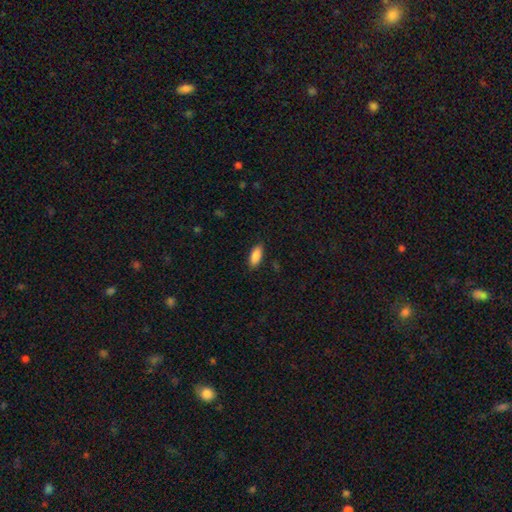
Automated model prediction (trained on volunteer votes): Overall: smooth (88%). How rounded: in between (84%). Merging: none (87%).